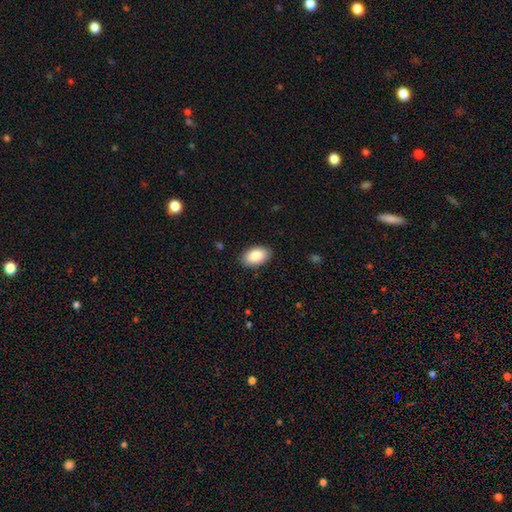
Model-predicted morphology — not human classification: Smooth or featured?
  - smooth: 88% *
  - star or artifact: 6%
  - featured or disk: 6%
How rounded?
  - in between: 95% *
  - round: 4%
  - cigar-shaped: 1%
Merging?
  - none: 88% *
  - minor disturbance: 9%
  - major disturbance: 2%
  - merger: 1%